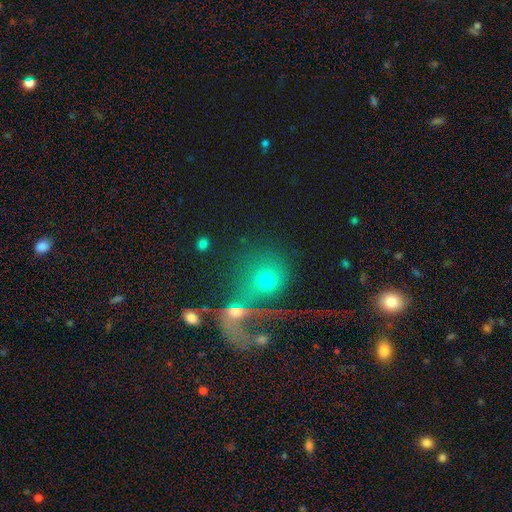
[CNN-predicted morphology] A smooth galaxy with no disk features (44%). Merging: merger (48%).